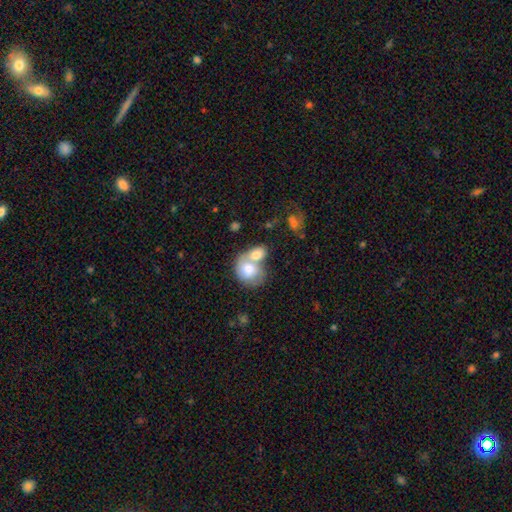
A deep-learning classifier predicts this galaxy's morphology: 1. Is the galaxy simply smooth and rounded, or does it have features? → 62% smooth, 30% featured or disk, 8% star or artifact.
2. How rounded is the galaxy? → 57% round, 41% in between, 1% cigar-shaped.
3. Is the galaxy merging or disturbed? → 70% merger, 18% none, 7% minor disturbance, 4% major disturbance.